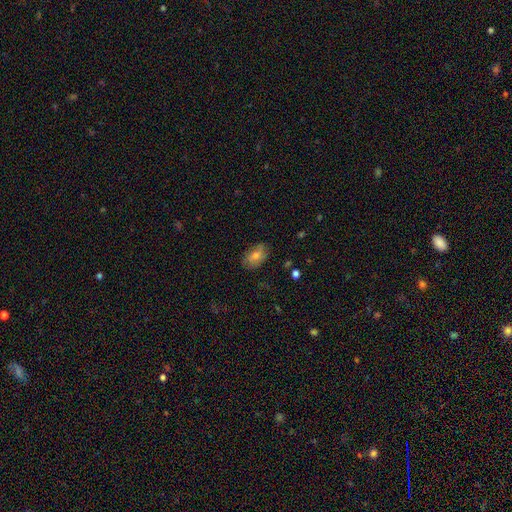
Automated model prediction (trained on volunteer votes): This is likely a smooth galaxy (63%). How rounded: clearly in between (87%). Merging: likely none (77%).